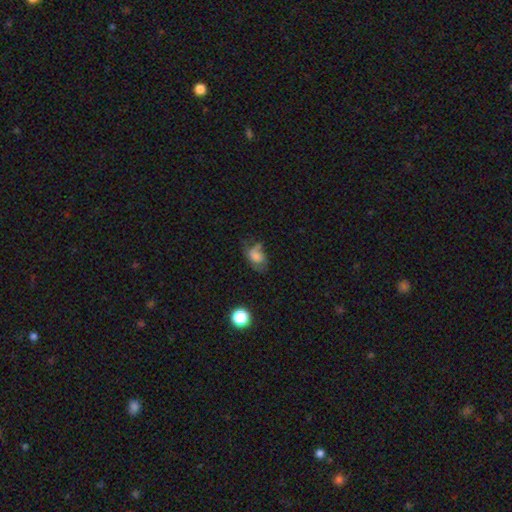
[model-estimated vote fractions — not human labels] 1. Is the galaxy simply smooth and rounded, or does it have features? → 66% smooth, 23% featured or disk, 12% star or artifact.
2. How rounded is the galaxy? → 82% in between, 16% round, 2% cigar-shaped.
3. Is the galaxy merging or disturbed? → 37% none, 31% minor disturbance, 23% major disturbance, 9% merger.